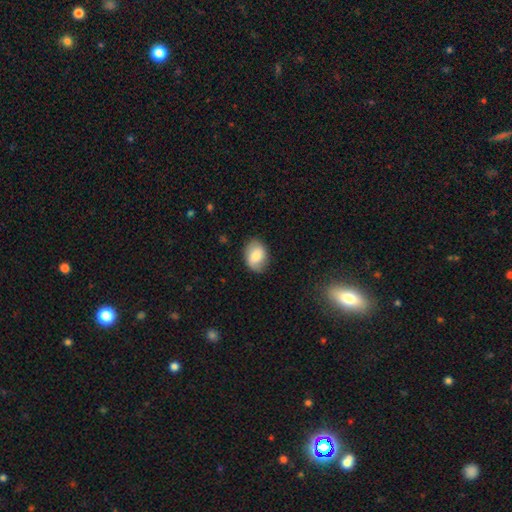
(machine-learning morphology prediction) smooth 74%, featured or disk 18%, star or artifact 7%. Down the decision tree: how rounded — in between (71%); merging — none (81%).